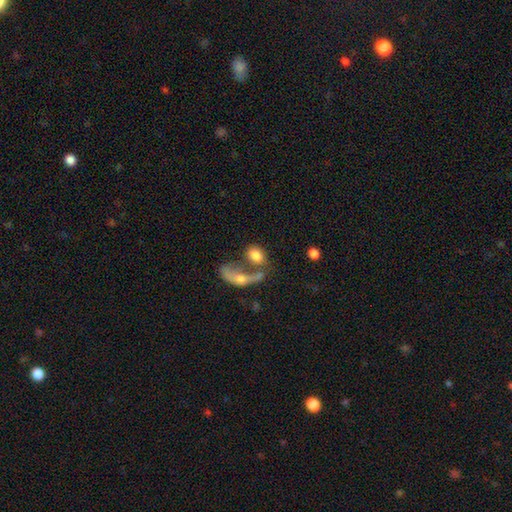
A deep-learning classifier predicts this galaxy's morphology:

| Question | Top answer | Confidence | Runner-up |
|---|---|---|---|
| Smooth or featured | smooth | 72% | featured or disk (19%) |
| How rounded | in between | 79% | round (16%) |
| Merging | merger | 53% | none (22%) |